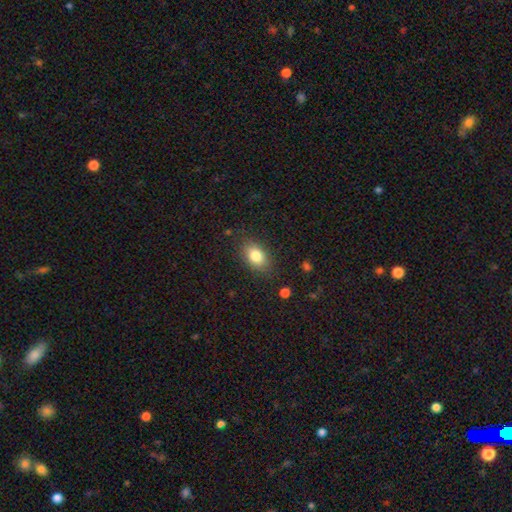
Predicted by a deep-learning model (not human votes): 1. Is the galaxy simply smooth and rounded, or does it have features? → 82% smooth, 9% featured or disk, 8% star or artifact.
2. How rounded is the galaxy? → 84% in between, 14% round, 2% cigar-shaped.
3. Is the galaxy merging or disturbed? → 83% none, 12% minor disturbance, 4% major disturbance, 1% merger.